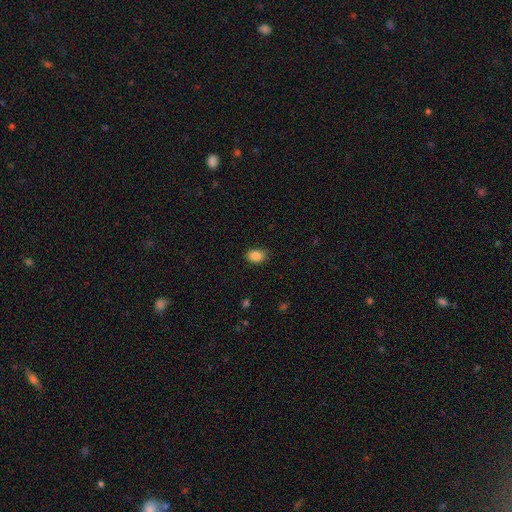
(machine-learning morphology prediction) A smooth galaxy with no disk features (87%) that is in between round and cigar-shaped (79%). Merging: none (81%).